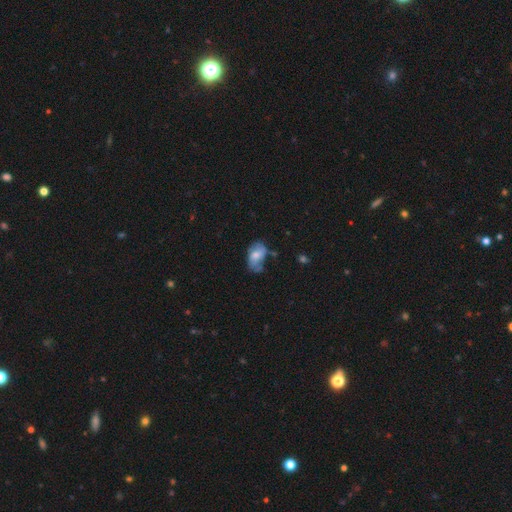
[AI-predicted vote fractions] Overall: smooth (57%; featured or disk 35%). How rounded: in between (89%). Merging: none (39%; minor disturbance 34%).